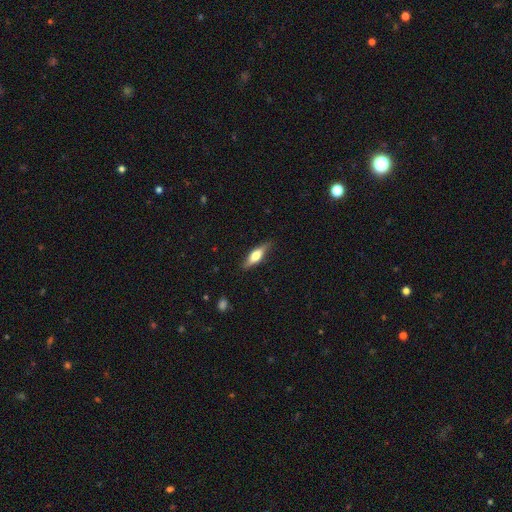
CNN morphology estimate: Smooth or featured? smooth (51%)
How rounded? cigar-shaped (51%)
Merging? none (83%)